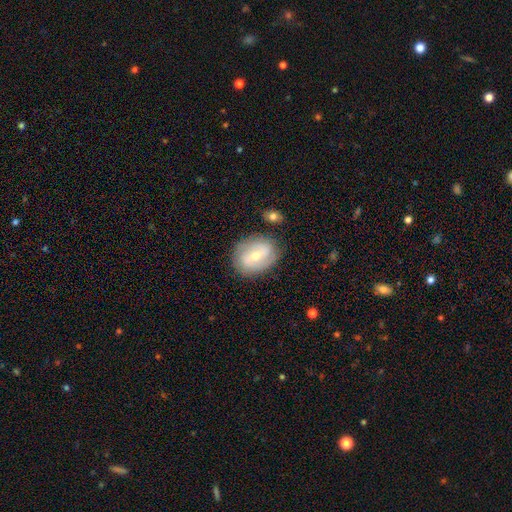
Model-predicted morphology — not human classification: Q: Smooth or featured?
A: featured or disk (63%); runner-up: smooth (30%)
Q: Edge-on disk?
A: no (96%); runner-up: yes (4%)
Q: Bar?
A: weak (42%); tied with: no (42%)
Q: Spiral arms?
A: yes (78%); runner-up: no (22%)
Q: Bulge size?
A: moderate (53%); runner-up: small (43%)
Q: Merging?
A: none (79%); runner-up: minor disturbance (14%)